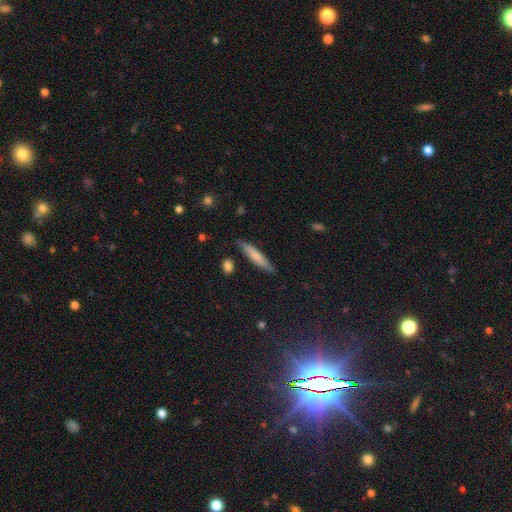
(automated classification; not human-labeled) smooth-or-featured: smooth: 71% | featured or disk: 23% | star or artifact: 6%
  how-rounded: cigar-shaped: 89% | in between: 9% | round: 1%
  merging: none: 85% | minor disturbance: 11% | merger: 2% | major disturbance: 2%